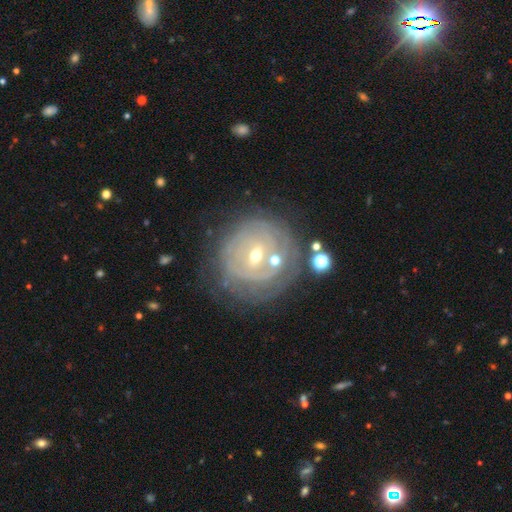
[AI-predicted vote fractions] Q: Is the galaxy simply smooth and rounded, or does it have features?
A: featured or disk — 76%.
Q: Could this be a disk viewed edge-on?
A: no — 97%.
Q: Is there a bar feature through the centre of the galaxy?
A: weak — 46%.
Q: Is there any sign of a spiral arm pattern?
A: yes — 78%.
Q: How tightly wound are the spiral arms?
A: tight — 80%.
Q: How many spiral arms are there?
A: can't tell — 54%.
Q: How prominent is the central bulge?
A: small — 48%, tied with moderate.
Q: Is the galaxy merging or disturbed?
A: none — 64%.